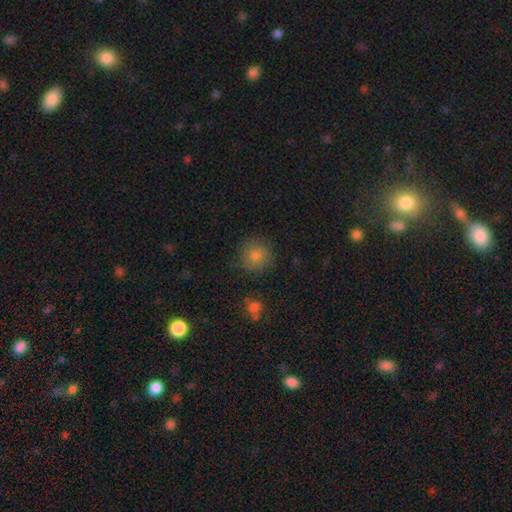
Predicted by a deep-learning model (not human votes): Q: Smooth or featured?
A: smooth (77%); runner-up: star or artifact (14%)
Q: How rounded?
A: round (94%); runner-up: in between (6%)
Q: Merging?
A: none (87%); runner-up: minor disturbance (9%)